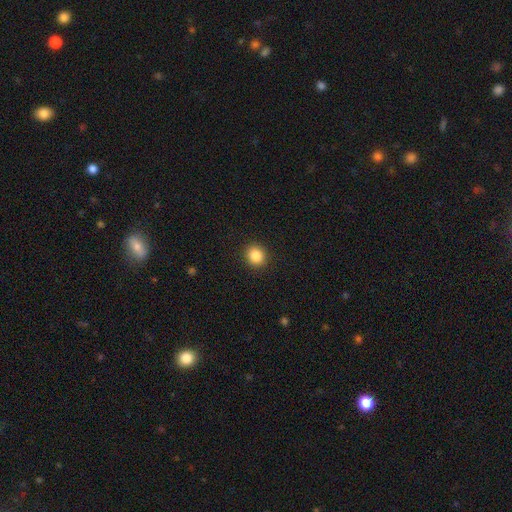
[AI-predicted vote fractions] Q: Smooth or featured?
A: smooth (86%); runner-up: star or artifact (10%)
Q: How rounded?
A: round (86%); runner-up: in between (13%)
Q: Merging?
A: none (92%); runner-up: minor disturbance (5%)